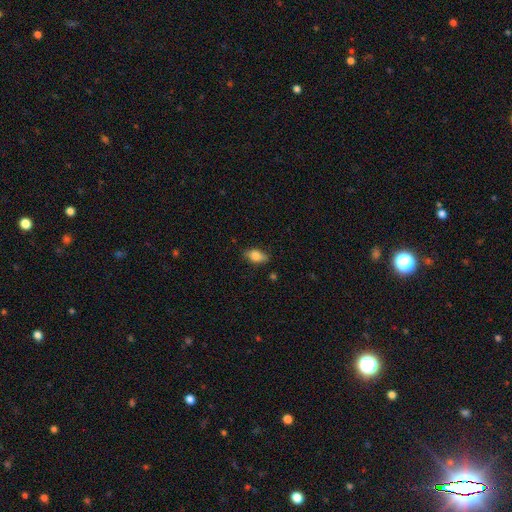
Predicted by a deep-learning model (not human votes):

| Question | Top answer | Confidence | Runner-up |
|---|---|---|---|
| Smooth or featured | smooth | 76% | featured or disk (16%) |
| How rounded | in between | 84% | round (9%) |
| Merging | none | 78% | minor disturbance (17%) |